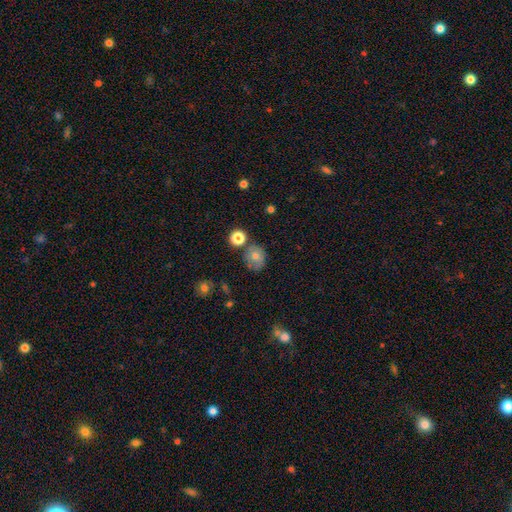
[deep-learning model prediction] A smooth galaxy with no disk features (72%) that is round (73%). Merging: none (60%).